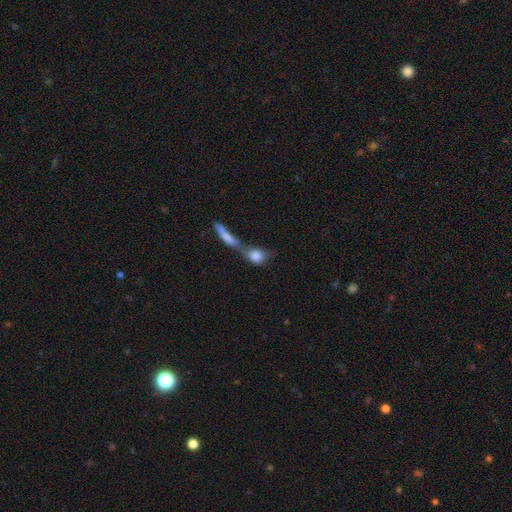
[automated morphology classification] Q: Smooth or featured?
A: smooth (76%); runner-up: featured or disk (16%)
Q: How rounded?
A: in between (44%); runner-up: round (42%)
Q: Merging?
A: merger (65%); runner-up: none (20%)